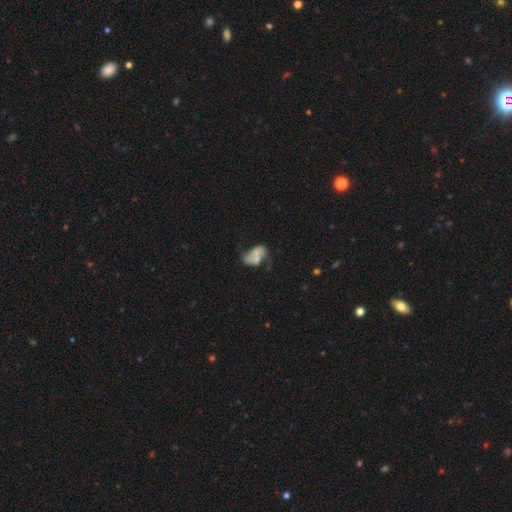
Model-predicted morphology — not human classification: Smooth or featured? featured or disk (46%)
Merging? merger (38%)